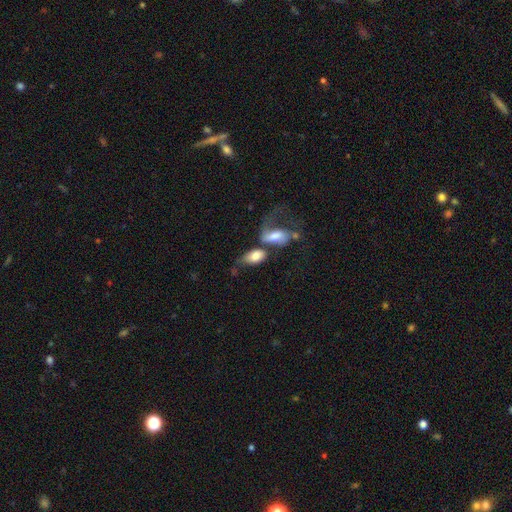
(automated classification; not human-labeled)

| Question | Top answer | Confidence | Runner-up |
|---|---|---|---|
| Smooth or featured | smooth | 71% | featured or disk (21%) |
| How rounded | in between | 90% | round (7%) |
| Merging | merger | 58% | none (18%) |